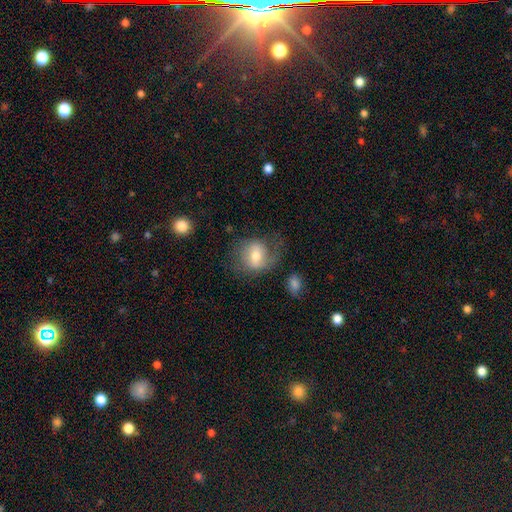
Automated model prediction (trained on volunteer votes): Smooth or featured? Predicted: smooth (p=0.49). Merging? Predicted: none (p=0.51).